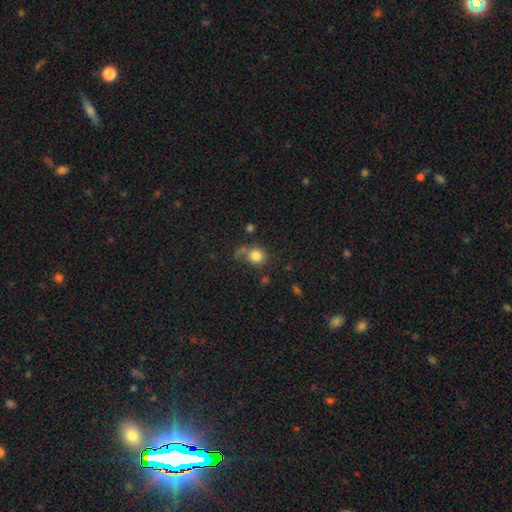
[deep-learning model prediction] smooth 81%, star or artifact 10%, featured or disk 9%. Down the decision tree: how rounded — round (80%); merging — none (55%).